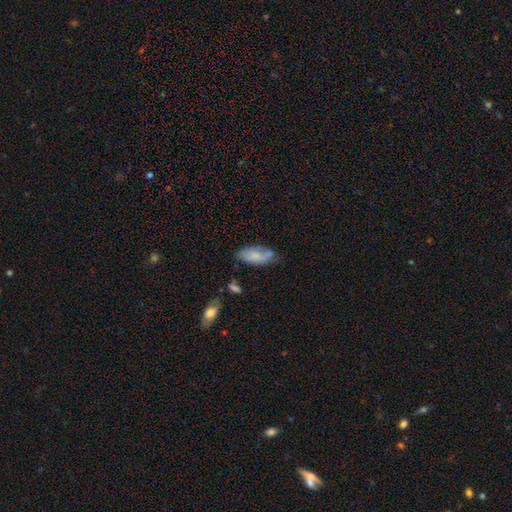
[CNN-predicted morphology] smooth_or_featured: smooth (p=0.70) [alt: featured or disk p=0.23]
how_rounded: in between (p=0.85) [alt: cigar-shaped p=0.13]
merging: none (p=0.53) [alt: minor disturbance p=0.30]